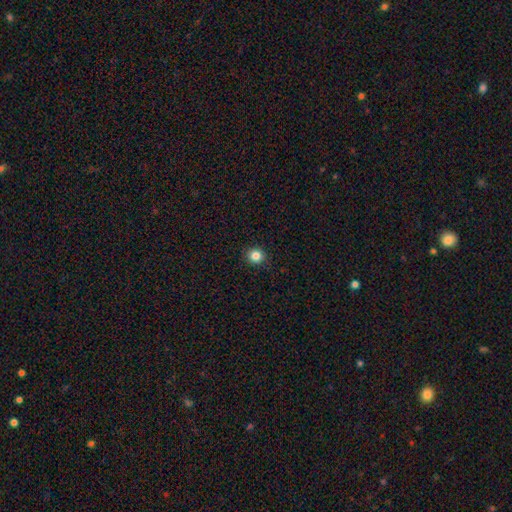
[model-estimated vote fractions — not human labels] Q: Smooth or featured?
A: smooth (84%); runner-up: star or artifact (12%)
Q: How rounded?
A: round (92%); runner-up: in between (7%)
Q: Merging?
A: none (92%); runner-up: minor disturbance (6%)